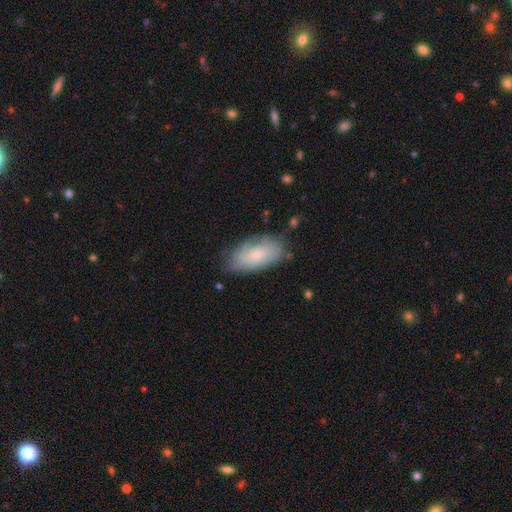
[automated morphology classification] smooth 61%, featured or disk 32%, star or artifact 7%. Down the decision tree: how rounded — in between (93%); merging — none (66%).